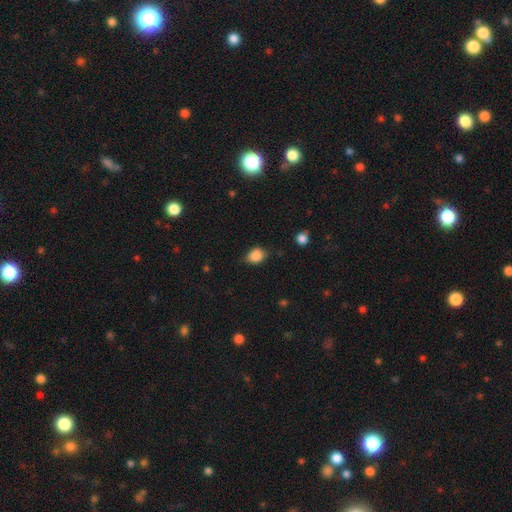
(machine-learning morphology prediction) Smooth or featured? Predicted: smooth (p=0.85). How rounded? Predicted: in between (p=0.52). Merging? Predicted: none (p=0.66).